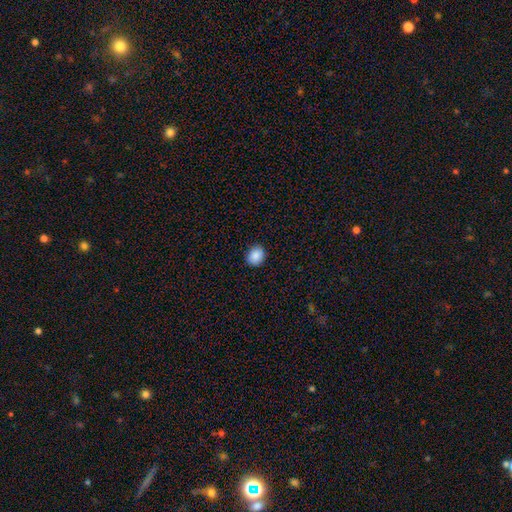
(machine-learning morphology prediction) The model was most divided on "how rounded": round: 61%, in between: 38%, cigar-shaped: 1%. More confident: merging — none (89%); smooth or featured — smooth (88%).